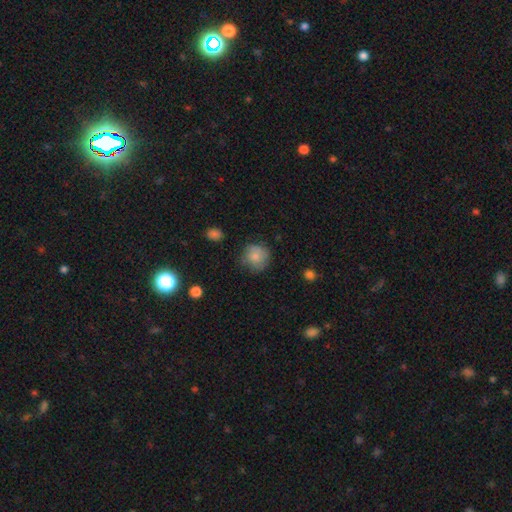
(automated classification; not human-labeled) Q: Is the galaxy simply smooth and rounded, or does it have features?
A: smooth — 80%.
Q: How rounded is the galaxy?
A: round — 88%.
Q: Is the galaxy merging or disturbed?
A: none — 67%.